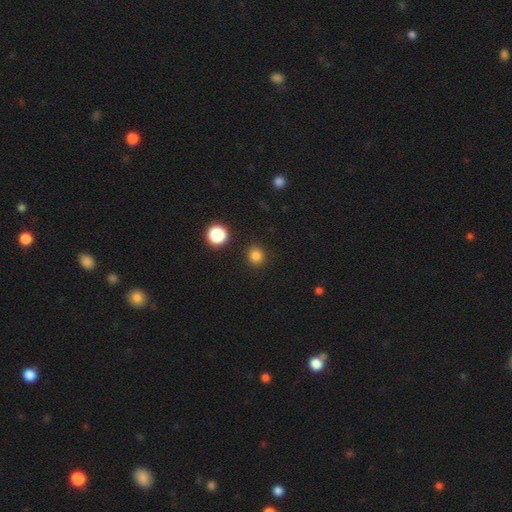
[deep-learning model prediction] smooth 82%, star or artifact 14%, featured or disk 4%. Down the decision tree: how rounded — round (89%); merging — none (91%).